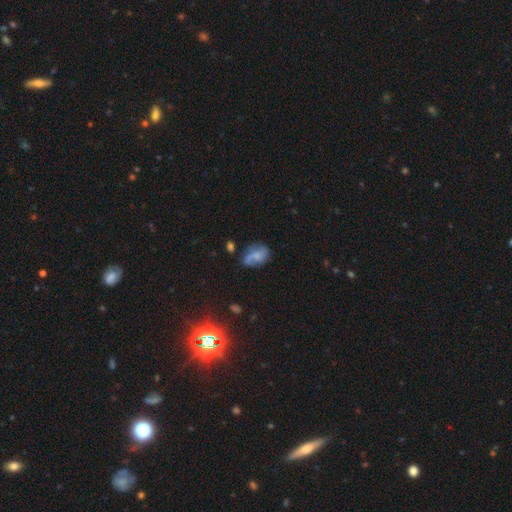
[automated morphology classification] type=featured or disk (50%); merging=none (50%).